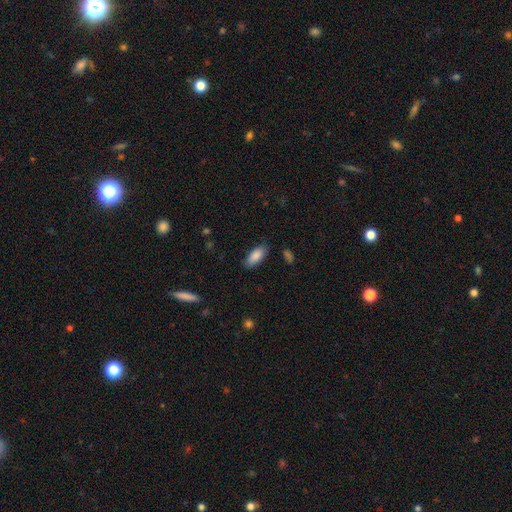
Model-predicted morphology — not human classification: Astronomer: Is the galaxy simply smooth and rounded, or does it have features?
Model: smooth — 88%.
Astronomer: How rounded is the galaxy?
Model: in between — 86%.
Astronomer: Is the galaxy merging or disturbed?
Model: none — 83%.